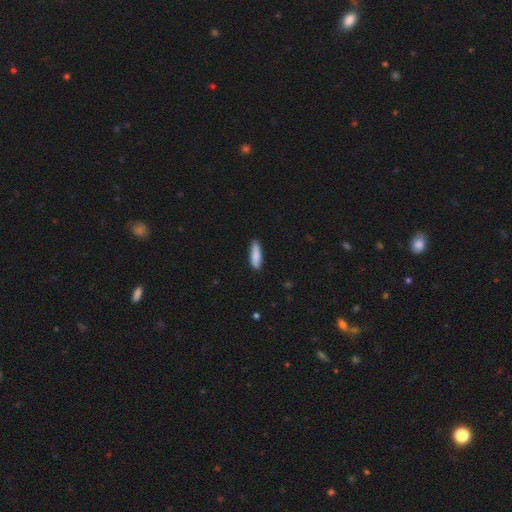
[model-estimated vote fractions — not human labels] This is clearly a smooth galaxy (86%). How rounded: likely cigar-shaped (61%). Merging: clearly none (85%).